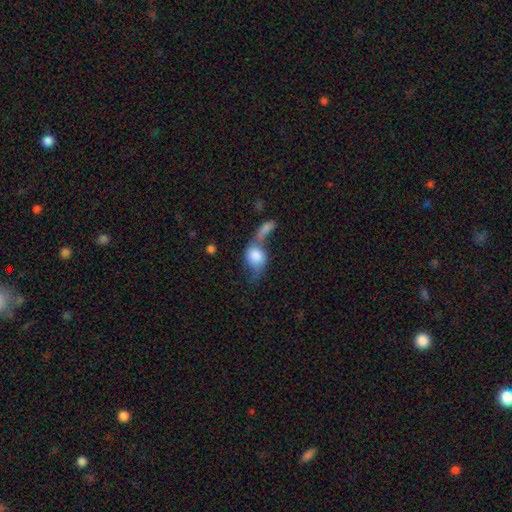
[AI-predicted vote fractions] Smooth or featured?
  - smooth: 68% *
  - featured or disk: 25%
  - star or artifact: 8%
How rounded?
  - in between: 60% *
  - round: 37%
  - cigar-shaped: 3%
Merging?
  - merger: 56% *
  - none: 18%
  - major disturbance: 15%
  - minor disturbance: 11%